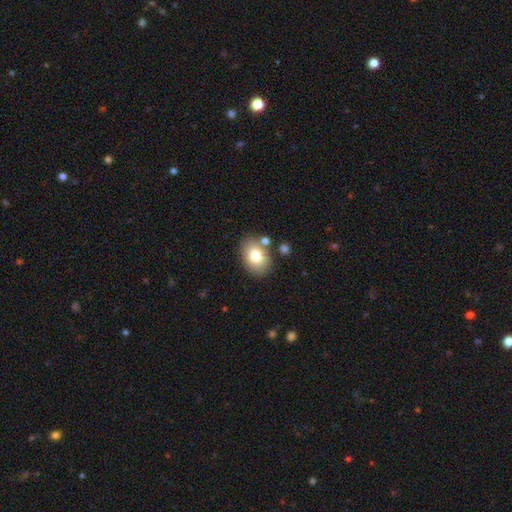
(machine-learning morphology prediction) smooth 78%, featured or disk 13%, star or artifact 9%. Down the decision tree: how rounded — in between (73%); merging — none (78%).